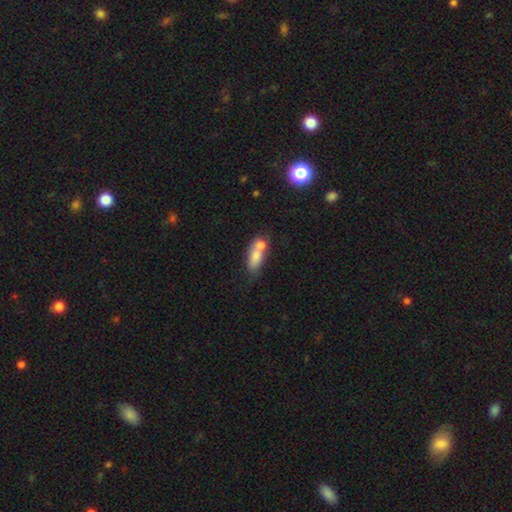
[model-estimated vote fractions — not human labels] A smooth galaxy with no disk features (71%) that is in between round and cigar-shaped (72%). Merging: merger (52%).